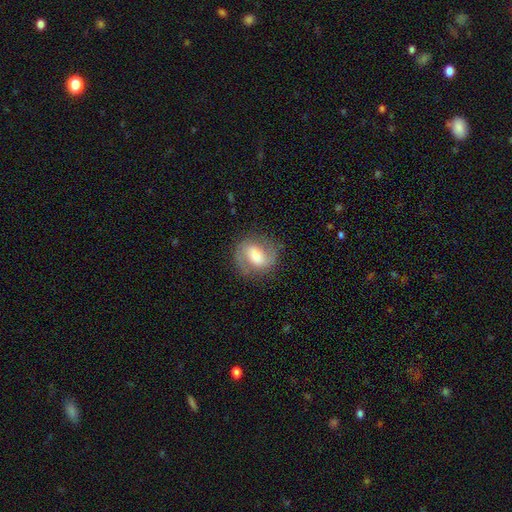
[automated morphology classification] This is likely a featured or disk galaxy (64%). It is clearly not viewed edge-on (97%). Bar: possibly weak (47%). Spiral arm pattern: clearly yes (87%). Spiral arm count: clearly 2 (86%). Spiral winding: possibly medium (49%). Central bulge: marginally moderate (45%). Merging: likely none (76%).